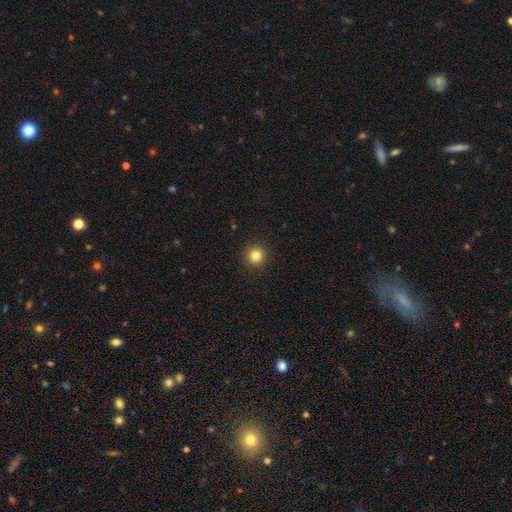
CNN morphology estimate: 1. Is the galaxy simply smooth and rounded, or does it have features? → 82% smooth, 12% star or artifact, 5% featured or disk.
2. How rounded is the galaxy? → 96% round, 3% in between, 1% cigar-shaped.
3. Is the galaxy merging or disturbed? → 93% none, 4% minor disturbance, 2% major disturbance, 1% merger.